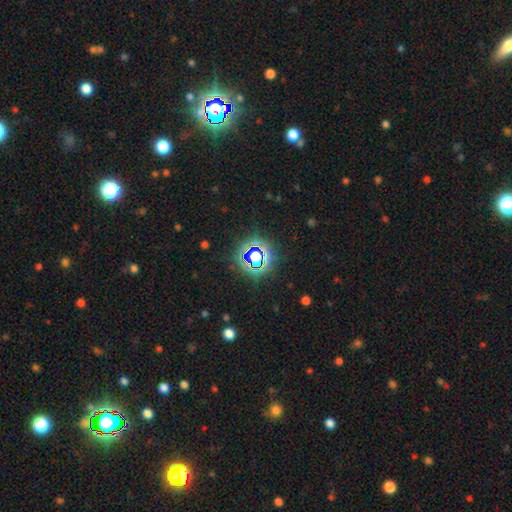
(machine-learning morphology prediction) A star or artifact, not a galaxy (64%).